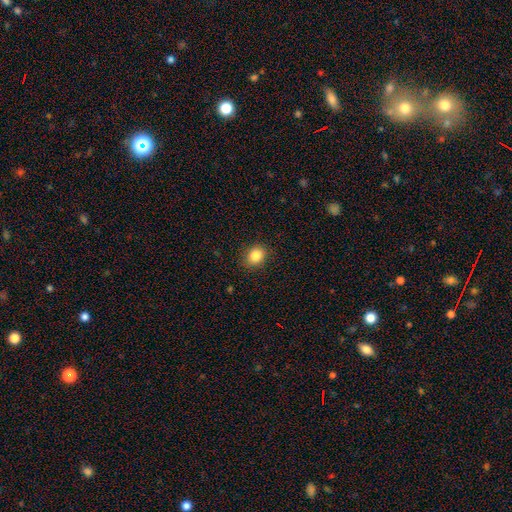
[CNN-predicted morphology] type=smooth (85%); roundness=round (56%); merging=none (88%).